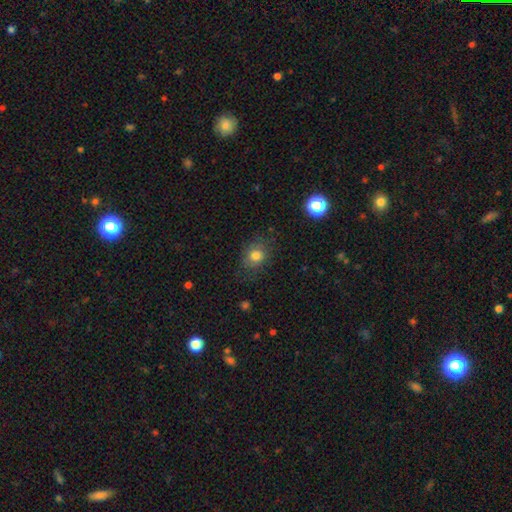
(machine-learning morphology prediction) Smooth or featured?
  - smooth: 79% *
  - star or artifact: 12%
  - featured or disk: 9%
How rounded?
  - round: 60% *
  - in between: 39%
  - cigar-shaped: 1%
Merging?
  - none: 75% *
  - minor disturbance: 17%
  - major disturbance: 7%
  - merger: 2%